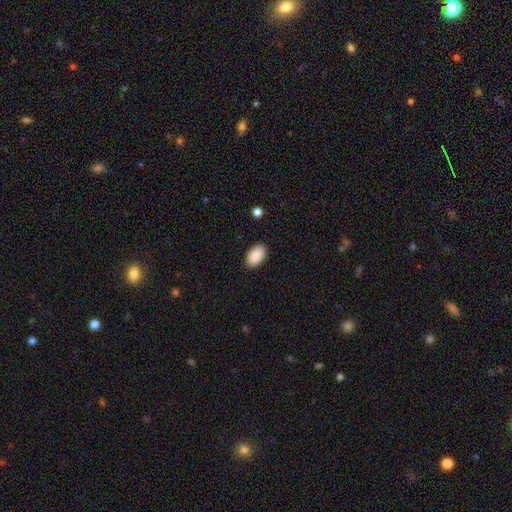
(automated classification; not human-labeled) Smooth or featured? Predicted: smooth (p=0.90). How rounded? Predicted: in between (p=0.95). Merging? Predicted: none (p=0.89).